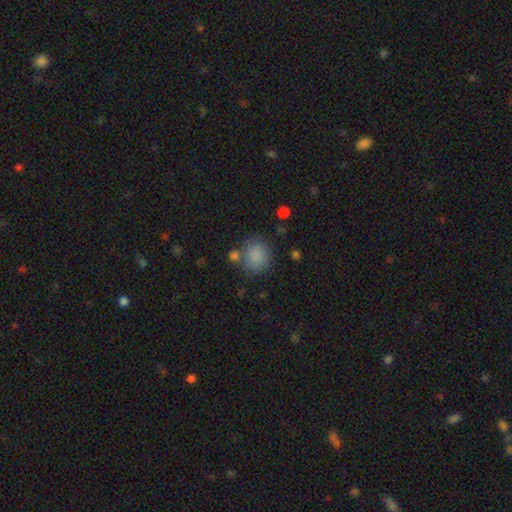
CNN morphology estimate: Smooth or featured? Predicted: smooth (p=0.84). How rounded? Predicted: round (p=0.78). Merging? Predicted: none (p=0.69).